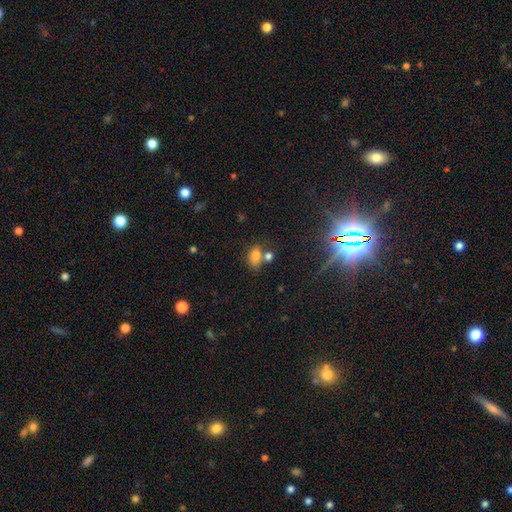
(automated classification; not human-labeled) A smooth galaxy with no disk features (75%) that is in between round and cigar-shaped (78%).

Vote fractions:
- Smooth or featured? smooth: 75% / star or artifact: 14% / featured or disk: 11%
- How rounded? in between: 78% / round: 20% / cigar-shaped: 2%
- Merging? none: 52% / merger: 30% / minor disturbance: 14% / major disturbance: 5%